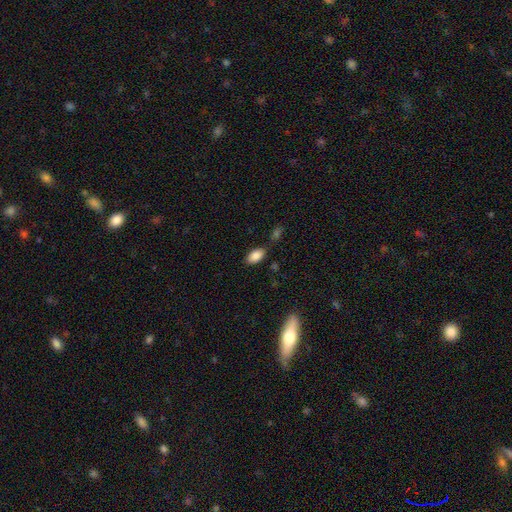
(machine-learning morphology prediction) Smooth or featured: smooth — 86% (star or artifact — 8%)
How rounded: in between — 93% (round — 4%)
Merging: none — 76% (minor disturbance — 14%)